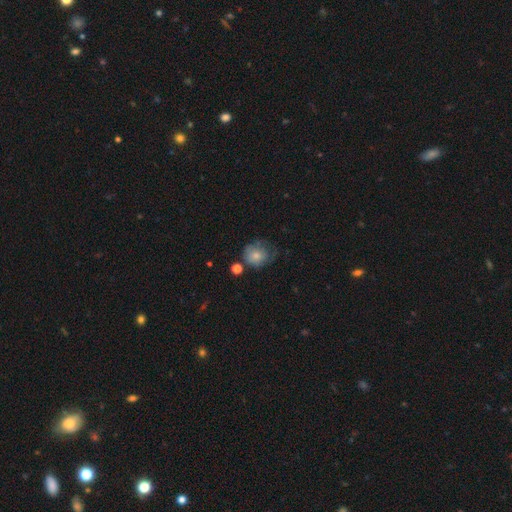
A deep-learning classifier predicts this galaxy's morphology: Smooth or featured? Predicted: smooth (p=0.72). How rounded? Predicted: round (p=0.70). Merging? Predicted: none (p=0.39).